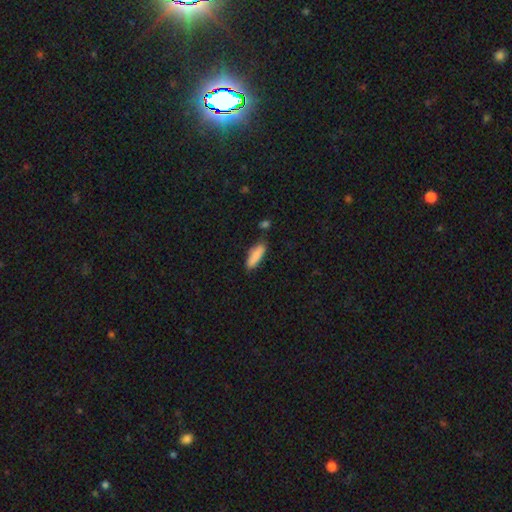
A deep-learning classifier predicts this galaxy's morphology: type=smooth (86%); roundness=in between (51%); merging=none (77%).